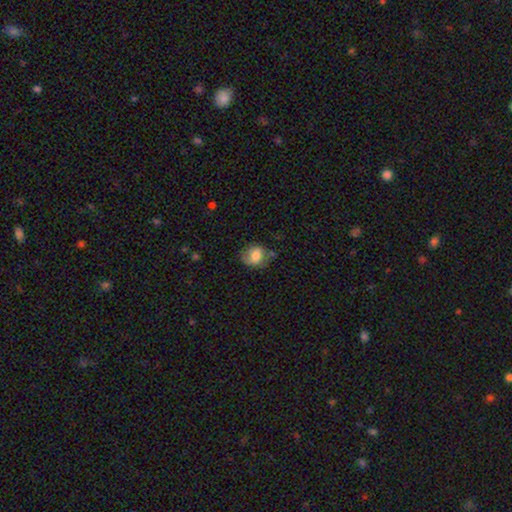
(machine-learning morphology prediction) Smooth or featured?
  - smooth: 68% *
  - featured or disk: 23%
  - star or artifact: 8%
How rounded?
  - round: 58% *
  - in between: 41%
  - cigar-shaped: 1%
Merging?
  - none: 55% *
  - minor disturbance: 30%
  - major disturbance: 11%
  - merger: 4%